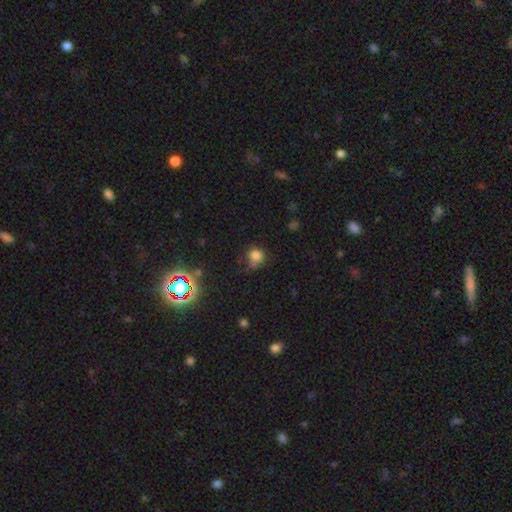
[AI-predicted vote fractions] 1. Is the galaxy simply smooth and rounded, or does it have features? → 75% smooth, 17% star or artifact, 8% featured or disk.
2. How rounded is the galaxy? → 83% round, 16% in between, 1% cigar-shaped.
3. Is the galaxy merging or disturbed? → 60% none, 23% minor disturbance, 10% major disturbance, 7% merger.